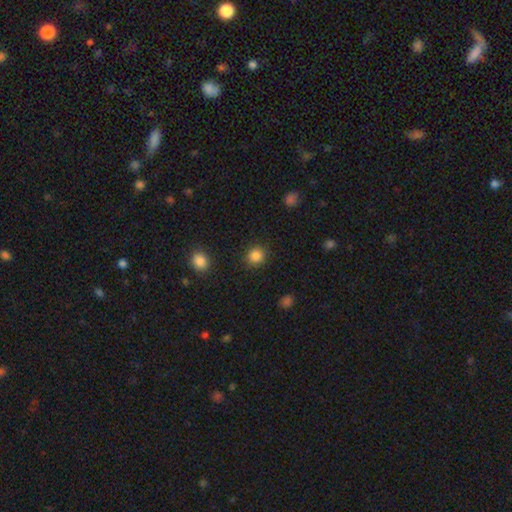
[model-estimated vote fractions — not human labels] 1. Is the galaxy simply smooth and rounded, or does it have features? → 86% smooth, 11% star or artifact, 4% featured or disk.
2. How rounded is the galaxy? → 87% round, 12% in between, 1% cigar-shaped.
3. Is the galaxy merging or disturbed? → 88% none, 8% minor disturbance, 3% major disturbance, 2% merger.